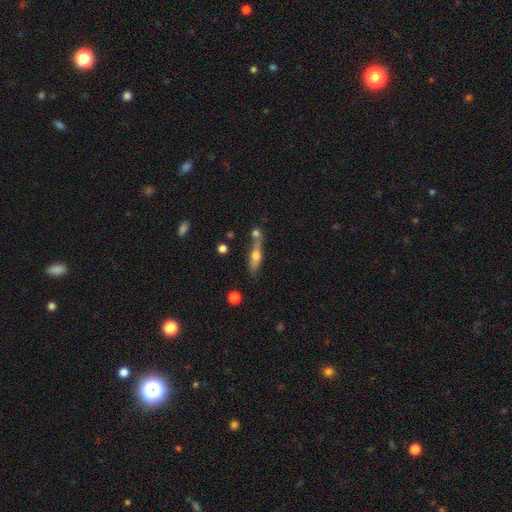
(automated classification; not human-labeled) This appears to be a smooth galaxy with no disk features (49%). Merging: none (48%).